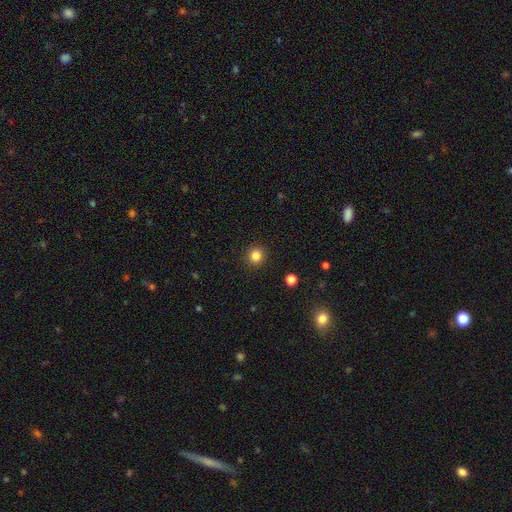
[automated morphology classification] A smooth galaxy with no disk features (84%) that is round (92%).

Vote fractions:
- Smooth or featured? smooth: 84% / star or artifact: 12% / featured or disk: 4%
- How rounded? round: 92% / in between: 7% / cigar-shaped: 1%
- Merging? none: 92% / minor disturbance: 5% / major disturbance: 2% / merger: 1%